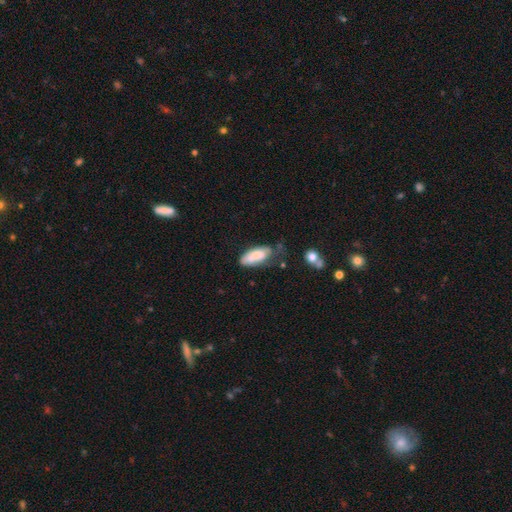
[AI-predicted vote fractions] Morphology: type=smooth (74%); roundness=in between (78%); merging=none (39%).